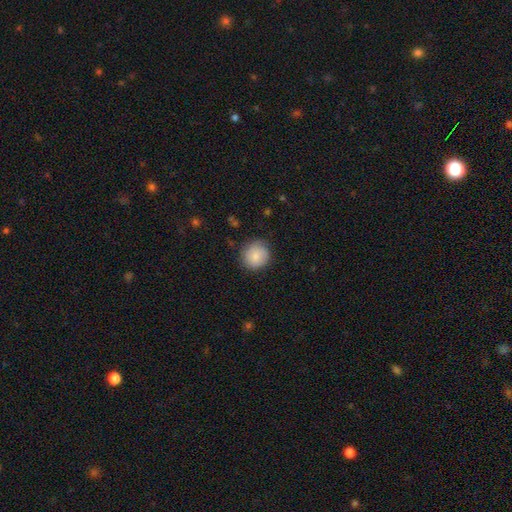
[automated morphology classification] This appears to be a smooth galaxy with no disk features (82%) that is round (88%). Merging: none (77%).